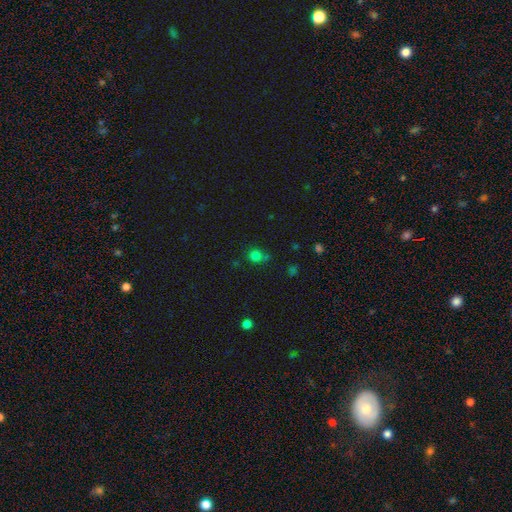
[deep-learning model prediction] A smooth galaxy with no disk features (75%) that is round (85%).

Vote fractions:
- Smooth or featured? smooth: 75% / star or artifact: 19% / featured or disk: 6%
- How rounded? round: 85% / in between: 14% / cigar-shaped: 1%
- Merging? none: 66% / minor disturbance: 16% / merger: 13% / major disturbance: 5%